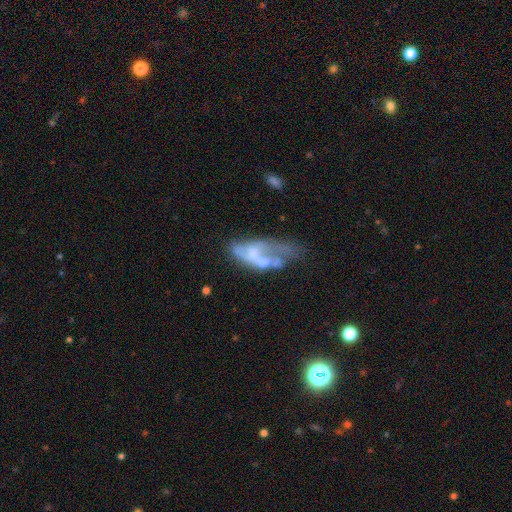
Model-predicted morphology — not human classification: featured or disk 60%, smooth 31%, star or artifact 10%. Down the decision tree: edge-on disk — no (93%); bar — no (77%); spiral arms — no (69%); bulge size — none (55%); merging — major disturbance (38%).